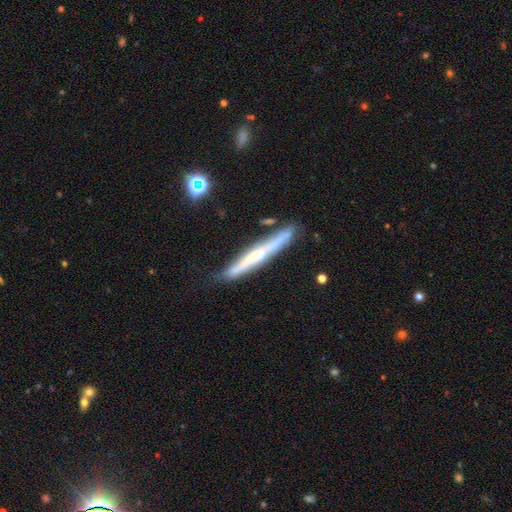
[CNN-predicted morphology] This is likely a featured or disk galaxy (62%). It is clearly viewed edge-on (93%). Edge-on bulge: possibly none (52%). Merging: likely none (75%).